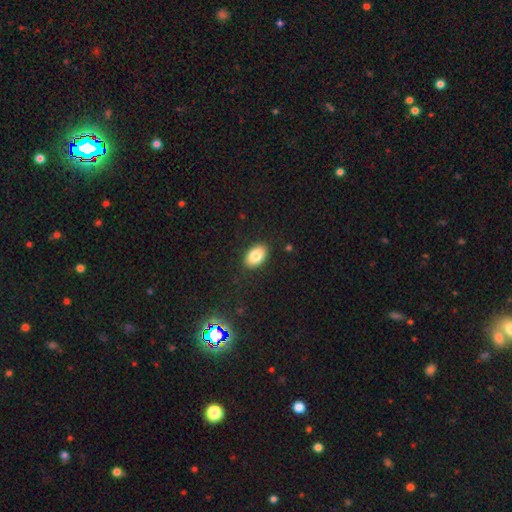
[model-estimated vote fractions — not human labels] Morphology: type=smooth (84%); roundness=in between (89%); merging=none (87%).